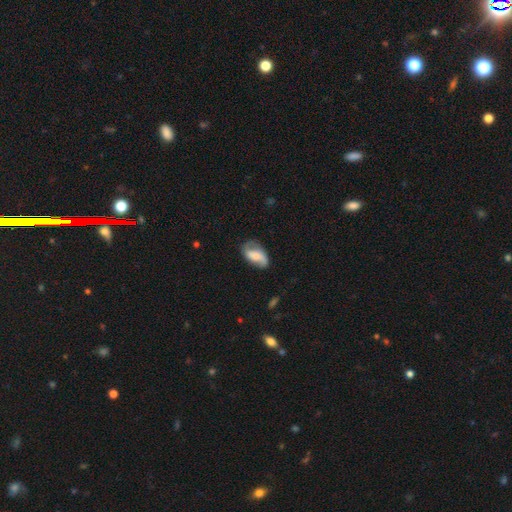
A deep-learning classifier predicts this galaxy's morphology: A featured or disk galaxy (50%). Merging: none (57%).